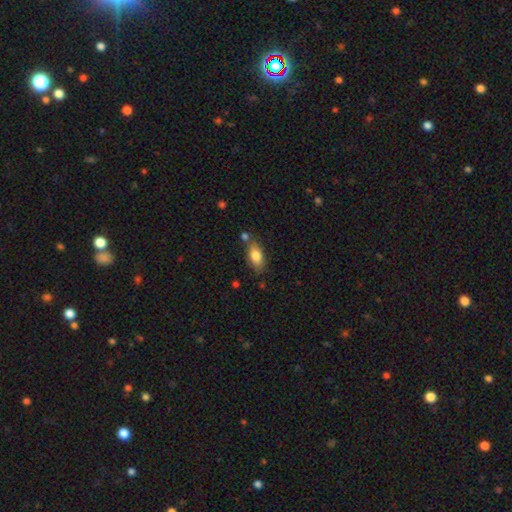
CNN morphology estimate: Overall: smooth (80%). How rounded: in between (86%). Merging: none (69%).